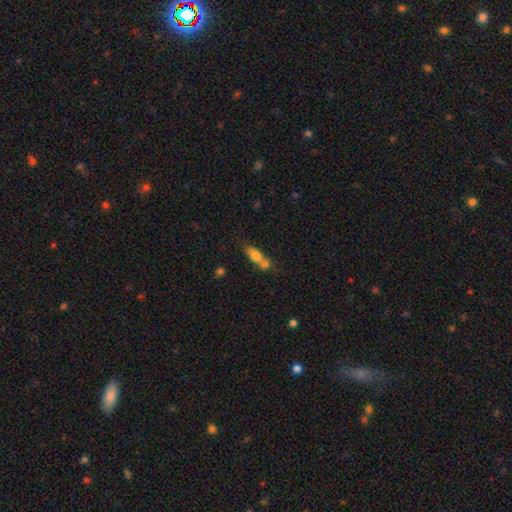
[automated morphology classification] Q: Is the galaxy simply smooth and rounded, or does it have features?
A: smooth — 71%.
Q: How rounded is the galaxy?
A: in between — 69%.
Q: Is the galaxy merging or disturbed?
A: merger — 59%.